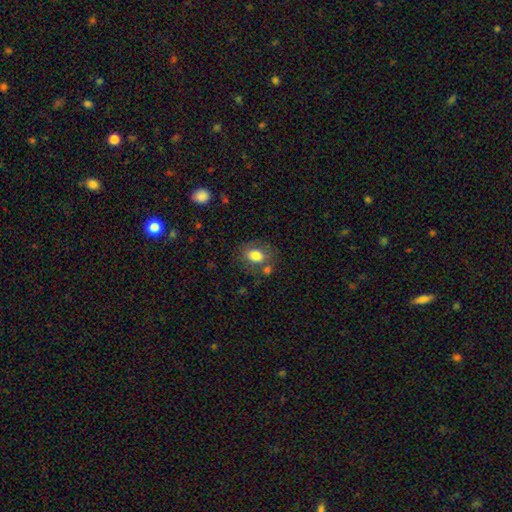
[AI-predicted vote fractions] Morphology: type=smooth (80%); roundness=in between (70%); merging=none (67%).